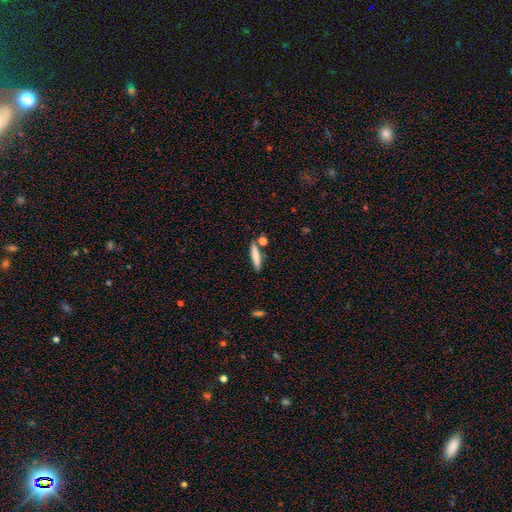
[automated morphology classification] Smooth or featured? Predicted: smooth (p=0.74). How rounded? Predicted: cigar-shaped (p=0.83). Merging? Predicted: none (p=0.77).